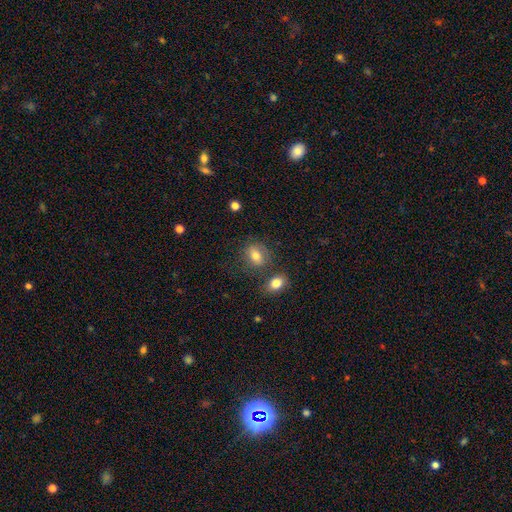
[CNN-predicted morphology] type=smooth (77%); roundness=in between (65%); merging=none (70%).